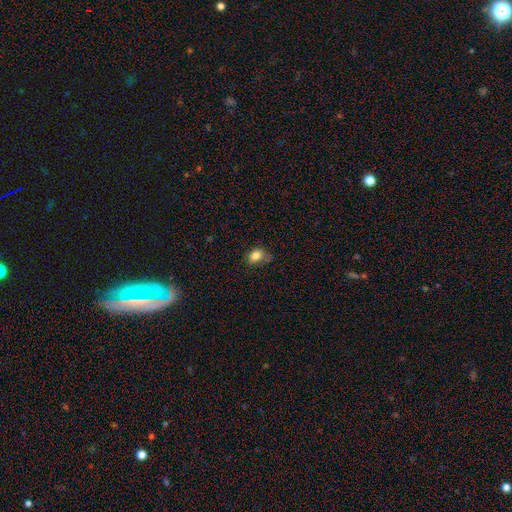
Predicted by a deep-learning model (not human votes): Smooth or featured? smooth (83%)
How rounded? in between (71%)
Merging? none (56%)